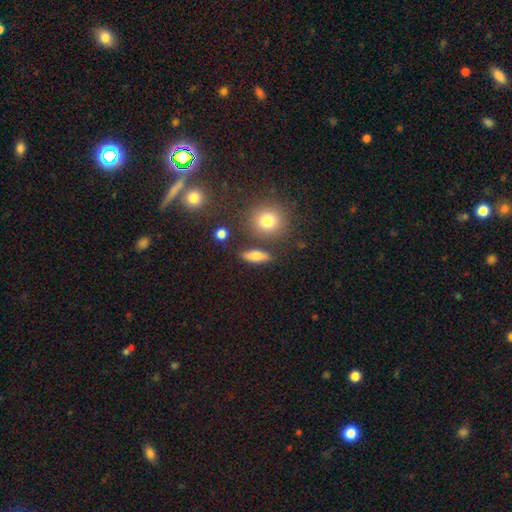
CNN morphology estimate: A smooth galaxy with no disk features (74%) that is in between round and cigar-shaped (53%). Merging: none (80%).